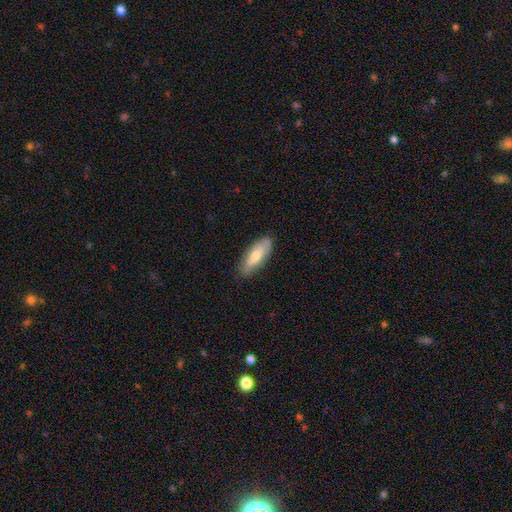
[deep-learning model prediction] smooth-or-featured: smooth: 62% | featured or disk: 31% | star or artifact: 7%
  how-rounded: in between: 63% | cigar-shaped: 34% | round: 2%
  merging: none: 84% | minor disturbance: 13% | major disturbance: 2% | merger: 1%